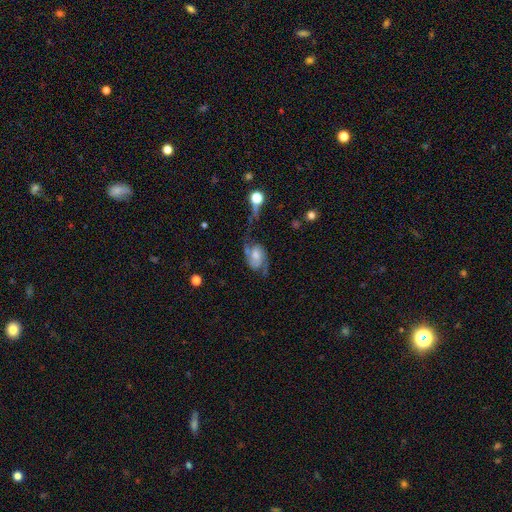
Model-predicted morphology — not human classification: smooth_or_featured: featured or disk (p=0.74) [alt: smooth p=0.18]
disk_edge_on: no (p=0.96) [alt: yes p=0.04]
bar: no (p=0.57) [alt: weak p=0.35]
has_spiral_arms: yes (p=0.92) [alt: no p=0.08]
spiral_winding: loose (p=0.44) [alt: medium p=0.39]
spiral_arm_count: 2 (p=0.87) [alt: can't tell p=0.05]
bulge_size: moderate (p=0.38) [alt: small p=0.28]
merging: none (p=0.40) [alt: major disturbance p=0.30]